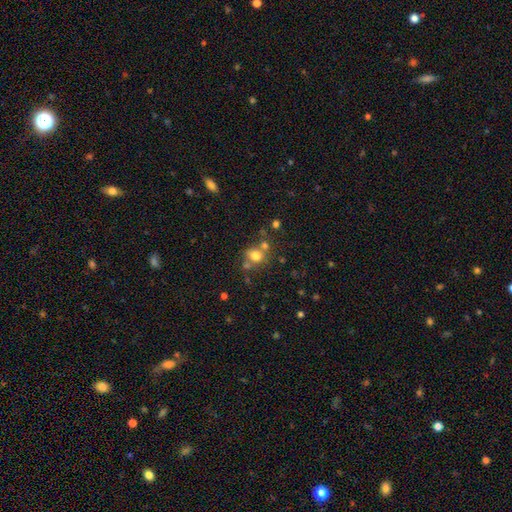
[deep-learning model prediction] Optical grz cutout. It shows a smooth galaxy with no disk features (73%) that is round (74%). Merging: none (56%).